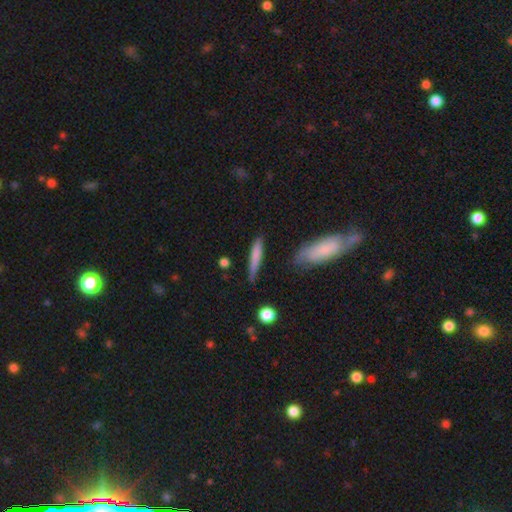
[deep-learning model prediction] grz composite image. It shows a smooth galaxy with no disk features (71%) that is cigar-shaped (90%). Merging: none (75%).